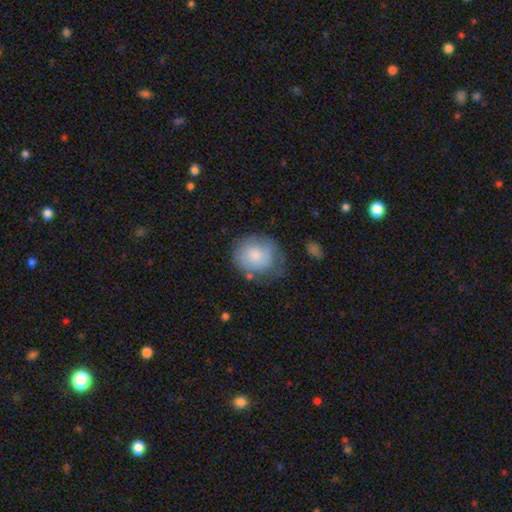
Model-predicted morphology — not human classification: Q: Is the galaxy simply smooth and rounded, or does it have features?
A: smooth — 76%.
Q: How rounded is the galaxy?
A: round — 76%.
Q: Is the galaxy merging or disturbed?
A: none — 54%.